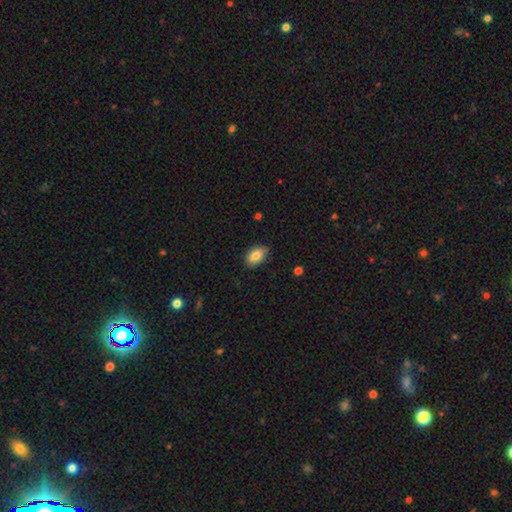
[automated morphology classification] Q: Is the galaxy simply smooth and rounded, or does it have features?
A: smooth — 83%.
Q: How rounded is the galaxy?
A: in between — 90%.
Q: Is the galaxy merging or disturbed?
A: none — 83%.